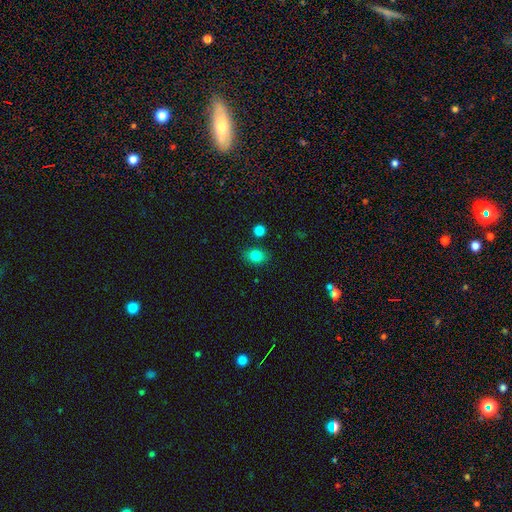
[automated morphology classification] This appears to be a smooth galaxy with no disk features (83%) that is in between round and cigar-shaped (60%). Merging: none (82%).